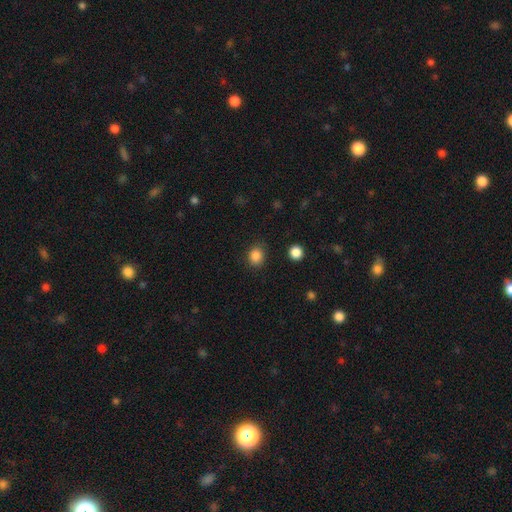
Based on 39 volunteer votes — Overall: smooth (87%). How rounded: round (76%). Merging: none (92%).